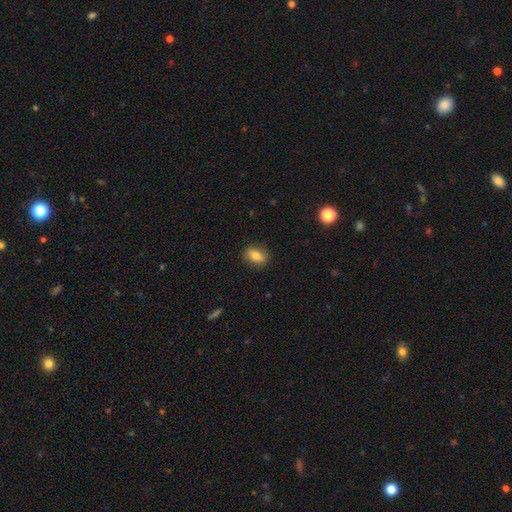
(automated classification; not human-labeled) The model was most divided on "how rounded": in between: 76%, round: 21%, cigar-shaped: 3%. More confident: merging — none (86%); smooth or featured — smooth (78%).